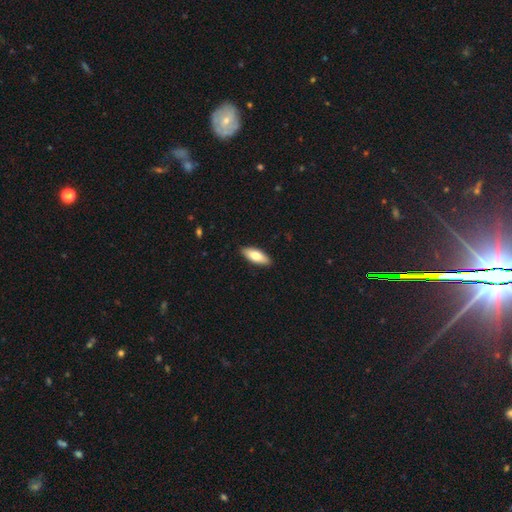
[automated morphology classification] Q: Smooth or featured?
A: smooth (75%); runner-up: featured or disk (20%)
Q: How rounded?
A: in between (74%); runner-up: cigar-shaped (24%)
Q: Merging?
A: none (89%); runner-up: minor disturbance (8%)